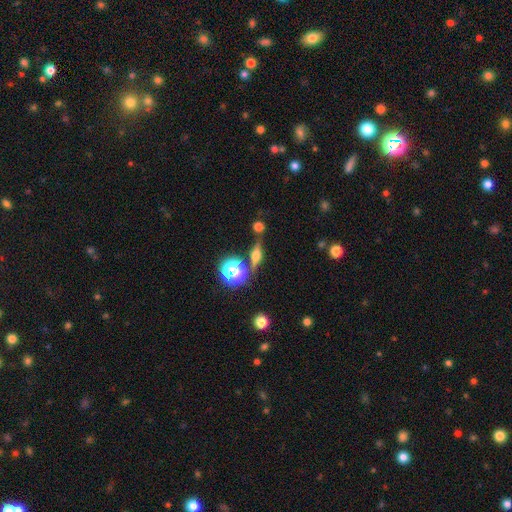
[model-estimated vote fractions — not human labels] Smooth or featured? featured or disk (48%)
Merging? none (75%)